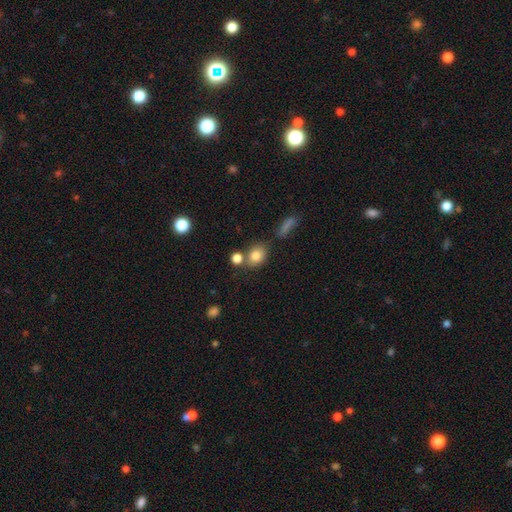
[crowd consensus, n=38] A smooth galaxy with no disk features (87%) that is round (55%).

Vote fractions:
- Smooth or featured? smooth: 87% / featured or disk: 11% / star or artifact: 3%
- How rounded? round: 55% / in between: 45% / cigar-shaped: 0%
- Merging? none: 51% / merger: 32% / minor disturbance: 16% / major disturbance: 0%